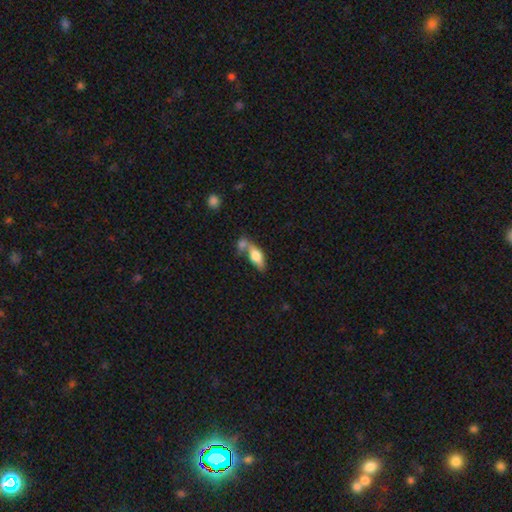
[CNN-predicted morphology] Smooth or featured: smooth — 64% (featured or disk — 29%)
How rounded: in between — 71% (cigar-shaped — 25%)
Merging: merger — 48% (none — 33%)